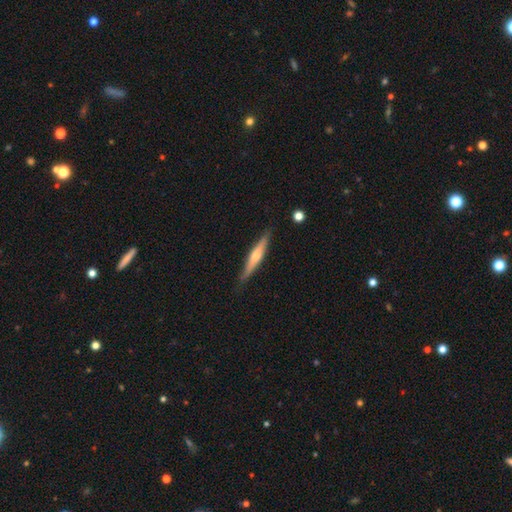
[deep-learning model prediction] featured or disk 53%, smooth 41%, star or artifact 6%. Down the decision tree: edge-on disk — yes (95%); edge-on bulge — rounded (77%); merging — none (85%).